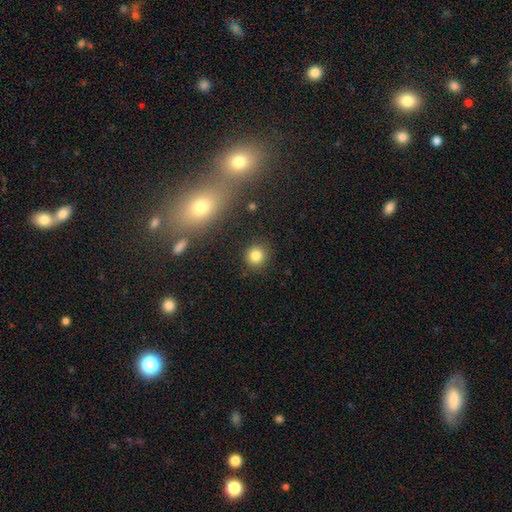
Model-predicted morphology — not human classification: Smooth or featured? Predicted: smooth (p=0.82). How rounded? Predicted: round (p=0.91). Merging? Predicted: none (p=0.88).